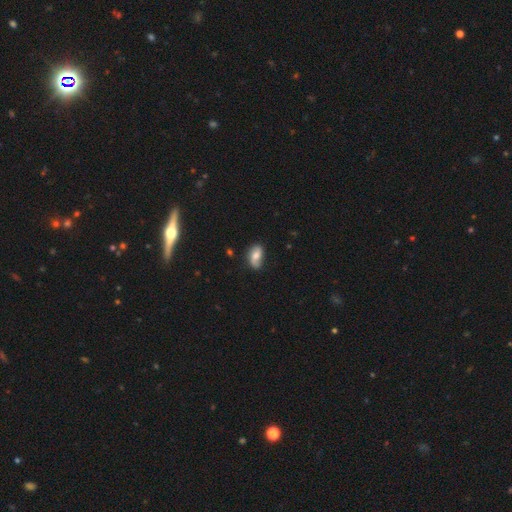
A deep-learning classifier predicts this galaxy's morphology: A smooth galaxy with no disk features (61%) that is in between round and cigar-shaped (90%).

Vote fractions:
- Smooth or featured? smooth: 61% / featured or disk: 31% / star or artifact: 8%
- How rounded? in between: 90% / round: 7% / cigar-shaped: 4%
- Merging? none: 59% / minor disturbance: 30% / major disturbance: 8% / merger: 3%